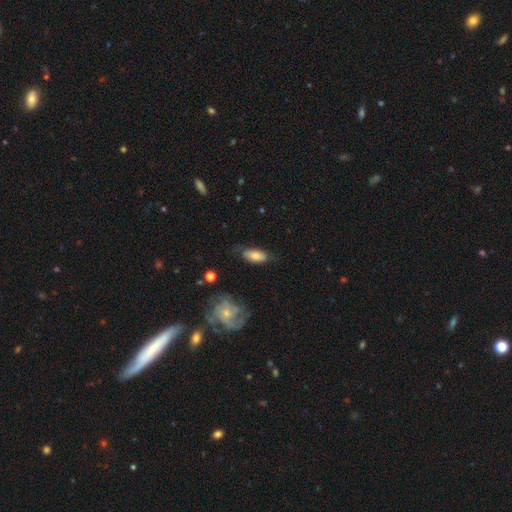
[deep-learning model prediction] The model was most divided on "merging": none: 68%, minor disturbance: 22%, major disturbance: 7%, merger: 2%. More confident: how rounded — in between (83%); smooth or featured — smooth (71%).